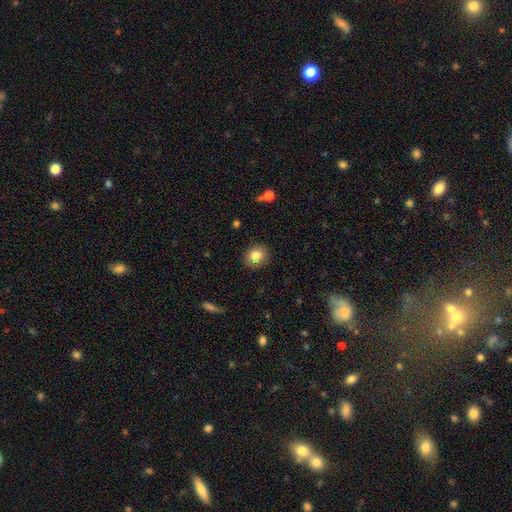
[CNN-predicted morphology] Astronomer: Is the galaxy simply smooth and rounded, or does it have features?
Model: smooth — 80%.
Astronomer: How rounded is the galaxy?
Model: round — 75%.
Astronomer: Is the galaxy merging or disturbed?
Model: none — 83%.